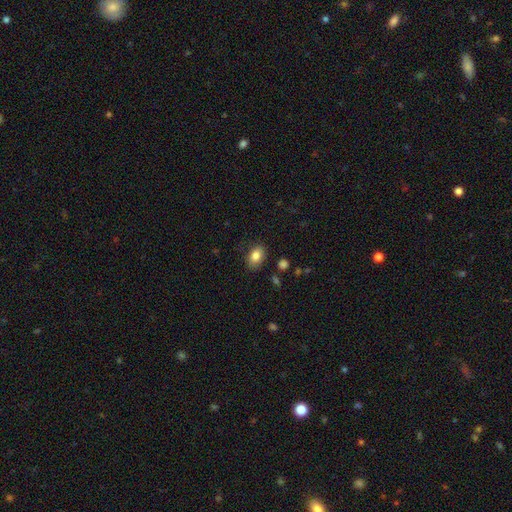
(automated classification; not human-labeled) Overall: smooth (84%). How rounded: in between (81%). Merging: none (82%).